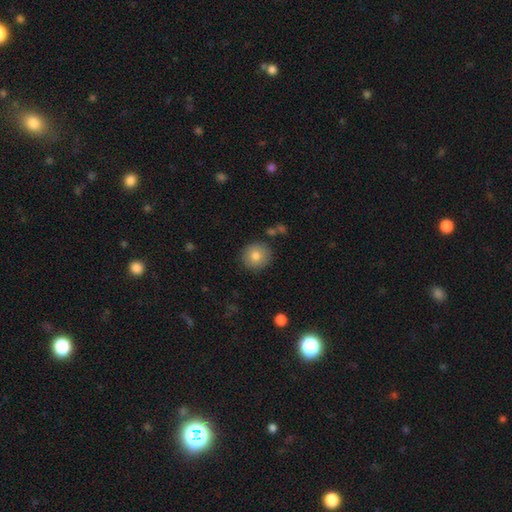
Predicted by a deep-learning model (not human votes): Smooth or featured?
  - smooth: 80% *
  - featured or disk: 11%
  - star or artifact: 9%
How rounded?
  - round: 93% *
  - in between: 6%
  - cigar-shaped: 1%
Merging?
  - none: 87% *
  - minor disturbance: 8%
  - merger: 3%
  - major disturbance: 2%